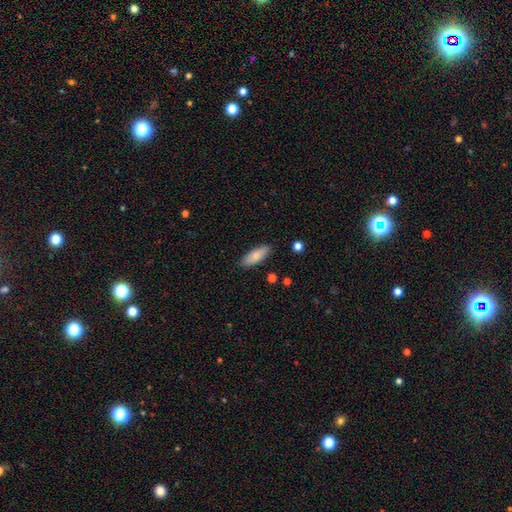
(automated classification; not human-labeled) Overall: smooth (84%). How rounded: in between (68%; cigar-shaped 31%). Merging: none (87%).